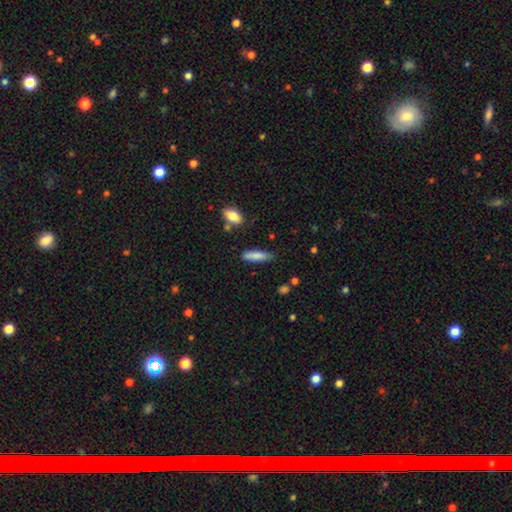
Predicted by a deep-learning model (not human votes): smooth_or_featured: smooth (p=0.83) [alt: featured or disk p=0.11]
how_rounded: cigar-shaped (p=0.63) [alt: in between p=0.35]
merging: none (p=0.74) [alt: minor disturbance p=0.19]